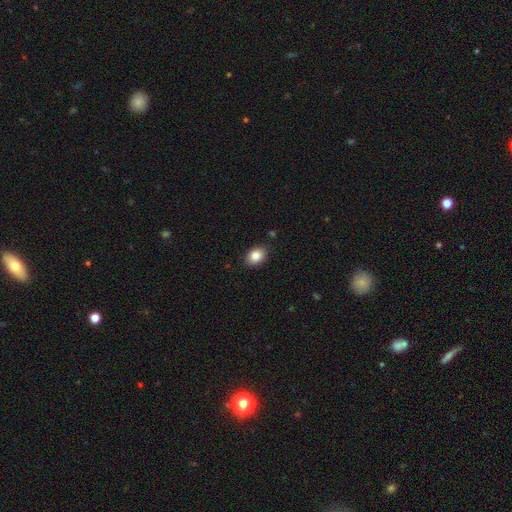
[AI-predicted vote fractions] smooth-or-featured: smooth: 85% | star or artifact: 9% | featured or disk: 7%
  how-rounded: in between: 70% | round: 29% | cigar-shaped: 1%
  merging: none: 85% | minor disturbance: 11% | major disturbance: 2% | merger: 1%